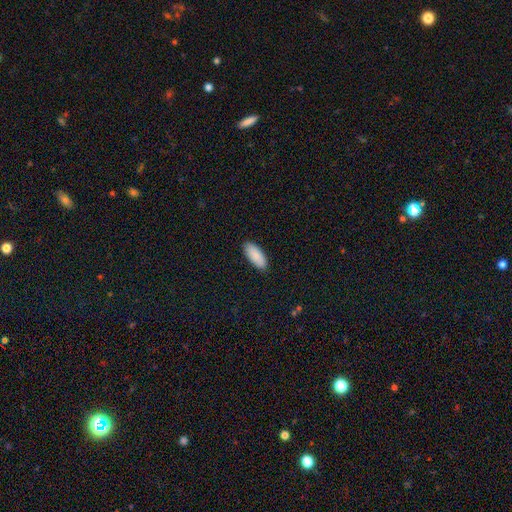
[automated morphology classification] Smooth or featured: smooth — 89% (star or artifact — 6%)
How rounded: in between — 85% (cigar-shaped — 14%)
Merging: none — 89% (minor disturbance — 8%)